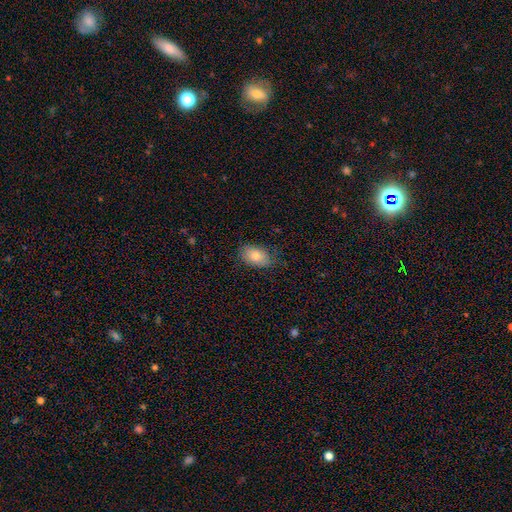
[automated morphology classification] This is likely a smooth galaxy (80%). How rounded: clearly in between (90%). Merging: likely none (78%).